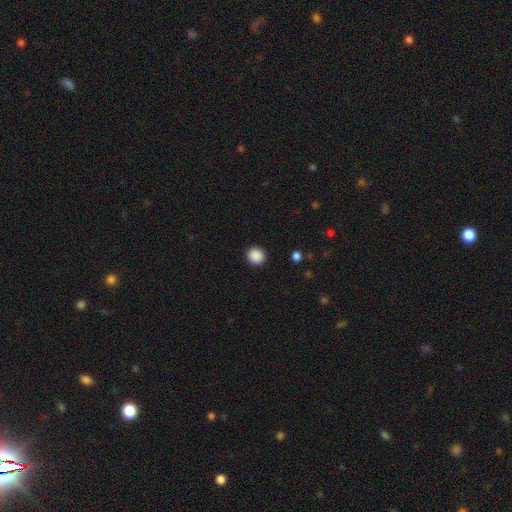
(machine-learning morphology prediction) smooth-or-featured: smooth: 89% | star or artifact: 9% | featured or disk: 2%
  how-rounded: round: 90% | in between: 9% | cigar-shaped: 1%
  merging: none: 92% | minor disturbance: 5% | major disturbance: 2% | merger: 1%